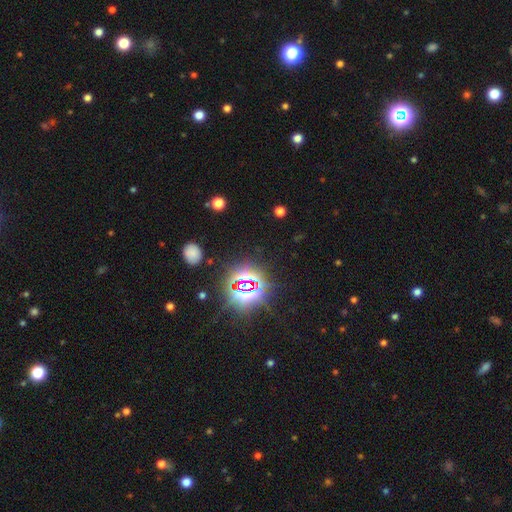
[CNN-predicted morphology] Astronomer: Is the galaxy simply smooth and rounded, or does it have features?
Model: star or artifact — 82%.